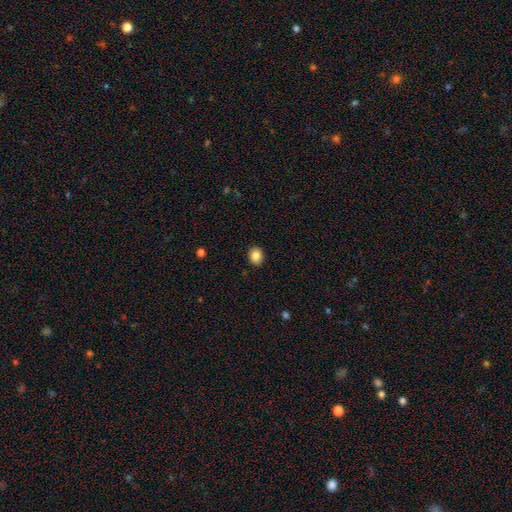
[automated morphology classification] Smooth or featured? smooth (86%)
How rounded? round (58%)
Merging? none (91%)